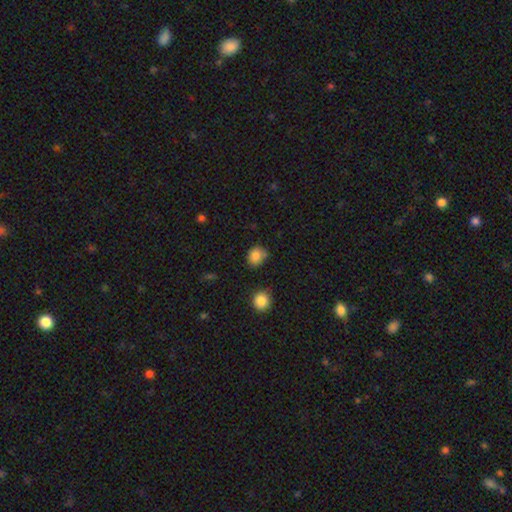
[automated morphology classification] smooth_or_featured: smooth (p=0.84) [alt: star or artifact p=0.11]
how_rounded: round (p=0.66) [alt: in between p=0.33]
merging: none (p=0.67) [alt: minor disturbance p=0.23]